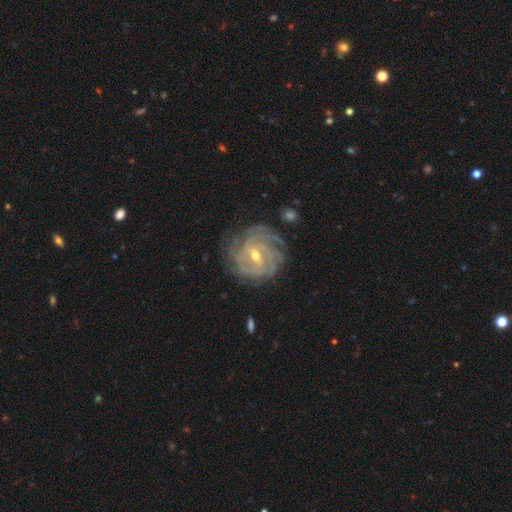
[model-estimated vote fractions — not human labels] Q: Smooth or featured?
A: featured or disk (89%); runner-up: star or artifact (6%)
Q: Edge-on disk?
A: no (97%); runner-up: yes (3%)
Q: Bar?
A: weak (54%); runner-up: strong (25%)
Q: Spiral arms?
A: yes (97%); runner-up: no (3%)
Q: Spiral winding?
A: tight (76%); runner-up: medium (20%)
Q: Spiral arm count?
A: can't tell (28%); runner-up: 4 (25%)
Q: Bulge size?
A: moderate (51%); runner-up: small (46%)
Q: Merging?
A: none (77%); runner-up: minor disturbance (15%)